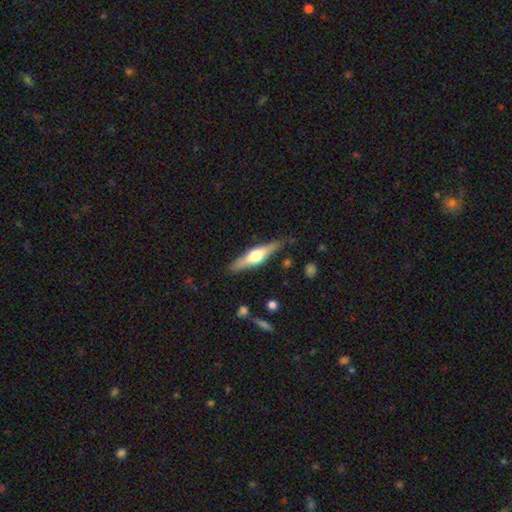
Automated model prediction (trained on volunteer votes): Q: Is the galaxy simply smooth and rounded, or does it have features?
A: featured or disk — 68%.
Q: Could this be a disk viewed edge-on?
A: yes — 97%.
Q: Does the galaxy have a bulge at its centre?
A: rounded — 92%.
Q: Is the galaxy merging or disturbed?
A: none — 85%.